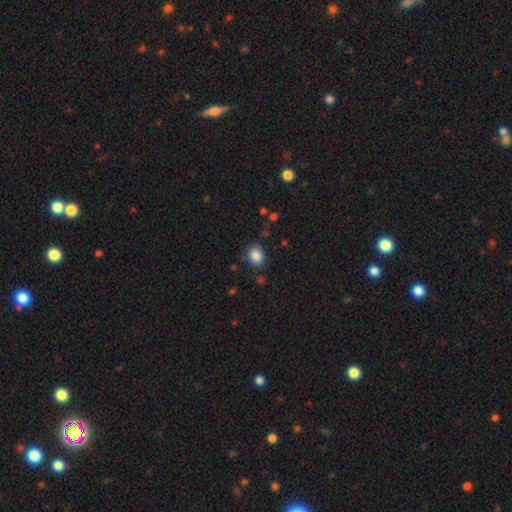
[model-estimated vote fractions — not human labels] Q: Smooth or featured?
A: smooth (86%); runner-up: star or artifact (9%)
Q: How rounded?
A: round (52%); runner-up: in between (47%)
Q: Merging?
A: none (81%); runner-up: minor disturbance (13%)